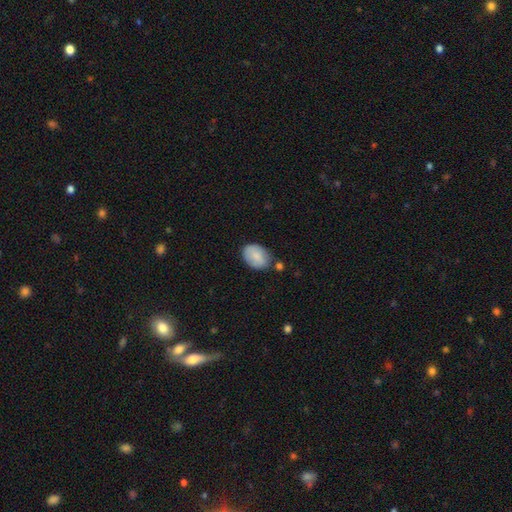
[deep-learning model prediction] smooth_or_featured: smooth (p=0.80) [alt: featured or disk p=0.13]
how_rounded: in between (p=0.82) [alt: round p=0.17]
merging: none (p=0.65) [alt: minor disturbance p=0.22]